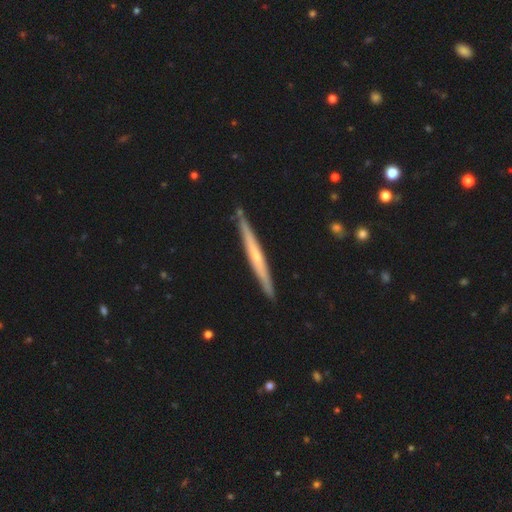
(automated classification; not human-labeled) Smooth or featured? featured or disk (61%)
Edge-on disk? yes (97%)
Edge-on bulge? none (61%)
Merging? none (88%)